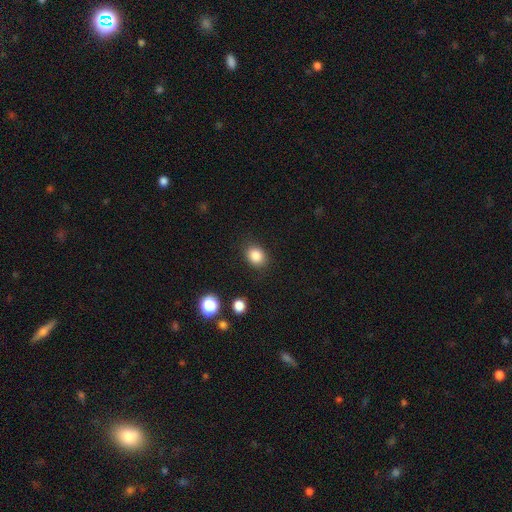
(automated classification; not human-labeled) Smooth or featured?
  - smooth: 85% *
  - star or artifact: 10%
  - featured or disk: 5%
How rounded?
  - round: 53% *
  - in between: 46%
  - cigar-shaped: 1%
Merging?
  - none: 86% *
  - minor disturbance: 10%
  - major disturbance: 3%
  - merger: 1%